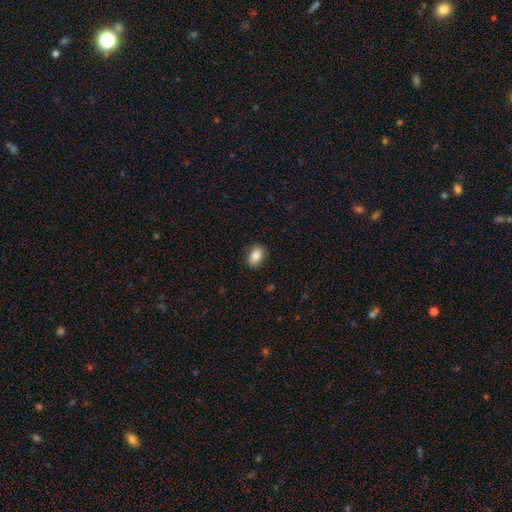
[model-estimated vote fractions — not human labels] This appears to be a smooth galaxy with no disk features (85%) that is in between round and cigar-shaped (86%). Merging: none (86%).